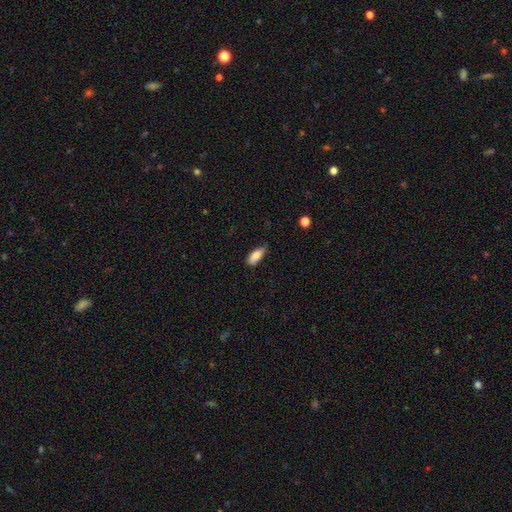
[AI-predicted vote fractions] A smooth galaxy with no disk features (86%) that is in between round and cigar-shaped (81%).

Vote fractions:
- Smooth or featured? smooth: 86% / featured or disk: 7% / star or artifact: 7%
- How rounded? in between: 81% / cigar-shaped: 17% / round: 2%
- Merging? none: 74% / minor disturbance: 21% / major disturbance: 3% / merger: 1%